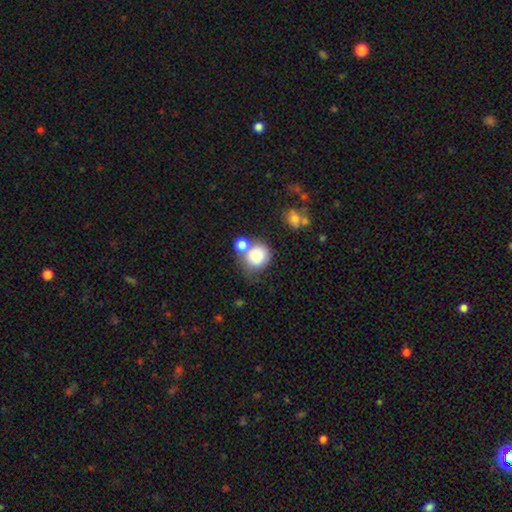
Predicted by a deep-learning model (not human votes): Smooth or featured? smooth (80%)
How rounded? round (81%)
Merging? none (47%)